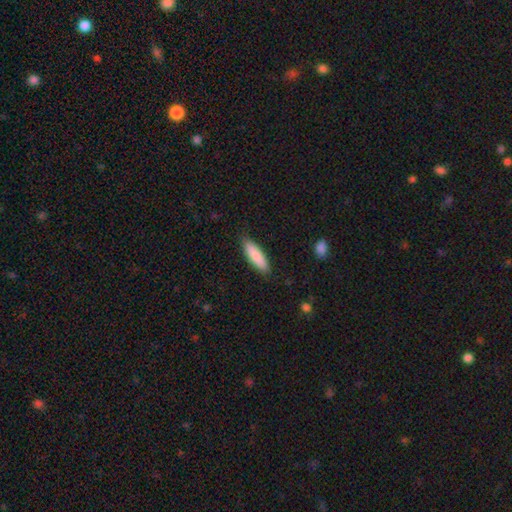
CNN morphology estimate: smooth-or-featured: smooth: 87% | featured or disk: 8% | star or artifact: 5%
  how-rounded: cigar-shaped: 56% | in between: 42% | round: 1%
  merging: none: 87% | minor disturbance: 10% | major disturbance: 2% | merger: 1%